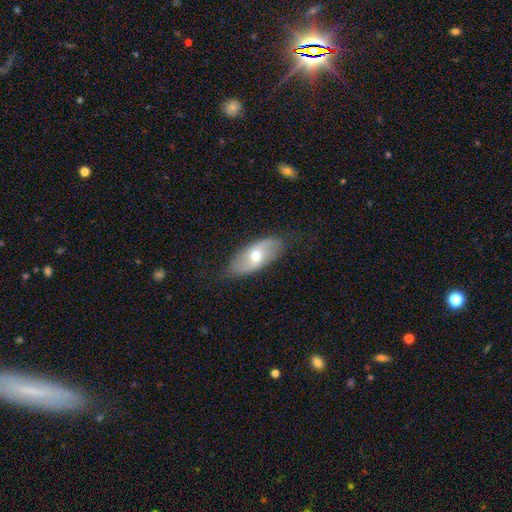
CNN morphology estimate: type=featured or disk (54%); edge-on=no (85%); merging=none (79%).